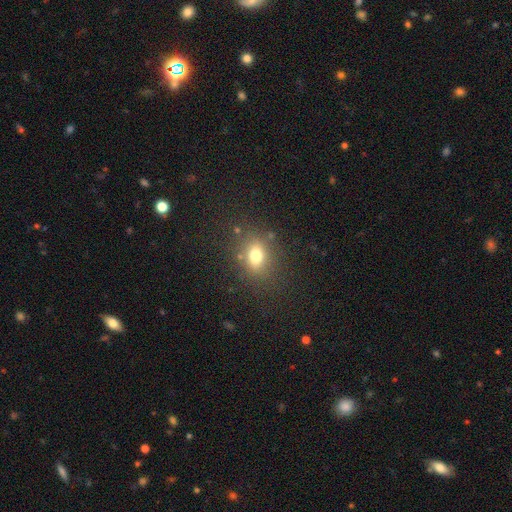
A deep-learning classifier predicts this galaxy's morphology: Smooth or featured?
  - smooth: 75% *
  - star or artifact: 14%
  - featured or disk: 11%
How rounded?
  - in between: 62% *
  - round: 35%
  - cigar-shaped: 2%
Merging?
  - none: 79% *
  - minor disturbance: 12%
  - major disturbance: 5%
  - merger: 4%